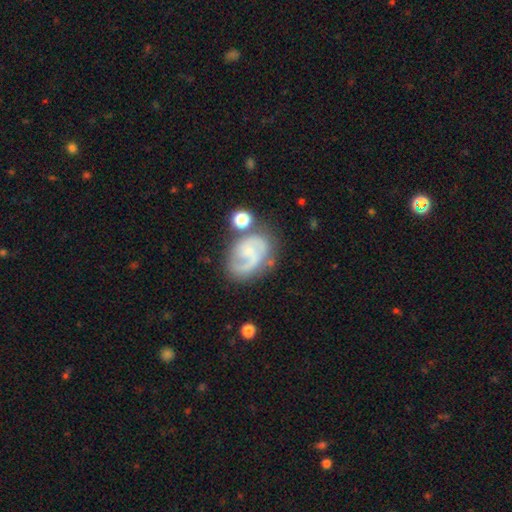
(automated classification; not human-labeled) This is likely a featured or disk galaxy (77%). It is clearly not viewed edge-on (98%). Bar: possibly no (54%). Spiral arm pattern: clearly yes (93%). Spiral arm count: likely 2 (65%). Spiral winding: possibly medium (49%). Central bulge: possibly small (58%). Merging: possibly none (57%).